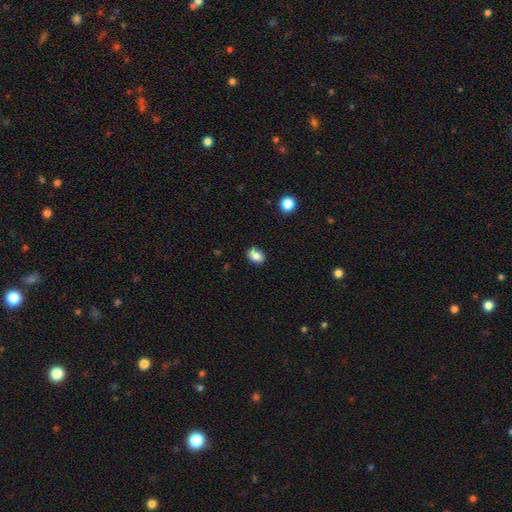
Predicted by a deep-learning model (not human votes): Q: Smooth or featured?
A: smooth (83%); runner-up: star or artifact (10%)
Q: How rounded?
A: in between (74%); runner-up: round (25%)
Q: Merging?
A: none (71%); runner-up: minor disturbance (18%)